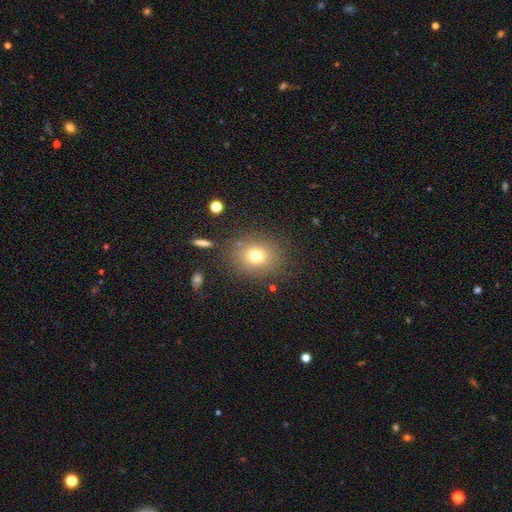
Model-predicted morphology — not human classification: This appears to be a smooth galaxy with no disk features (73%) that is round (62%). Merging: none (81%).